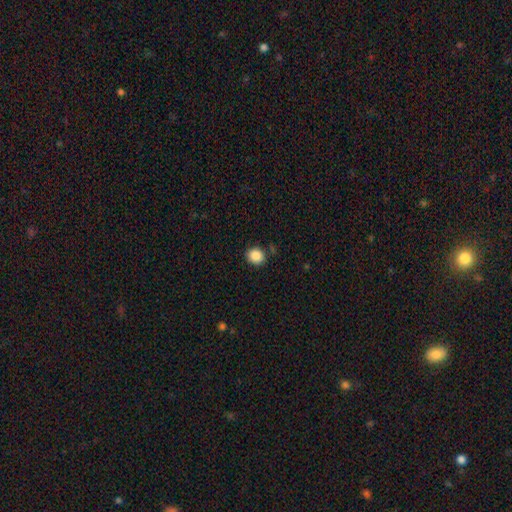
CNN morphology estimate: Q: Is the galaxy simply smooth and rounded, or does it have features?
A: smooth — 88%.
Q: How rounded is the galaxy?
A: round — 68%.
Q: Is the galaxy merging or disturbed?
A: none — 85%.